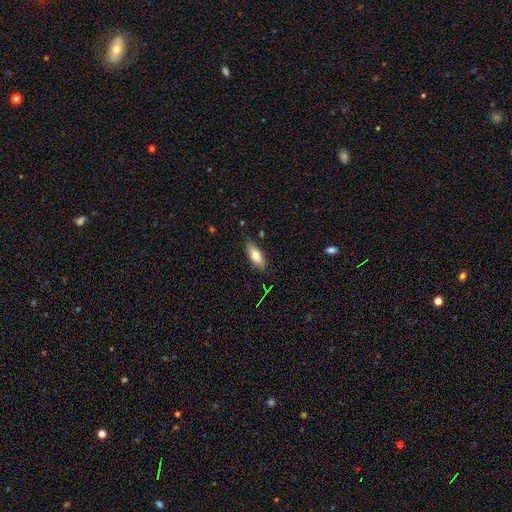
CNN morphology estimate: Q: Smooth or featured?
A: smooth (74%); runner-up: featured or disk (19%)
Q: How rounded?
A: in between (73%); runner-up: cigar-shaped (25%)
Q: Merging?
A: none (85%); runner-up: minor disturbance (12%)